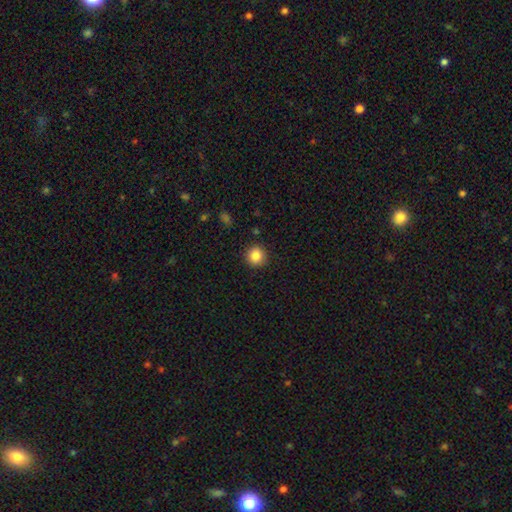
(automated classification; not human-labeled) A smooth galaxy with no disk features (86%) that is round (91%).

Vote fractions:
- Smooth or featured? smooth: 86% / star or artifact: 10% / featured or disk: 5%
- How rounded? round: 91% / in between: 8% / cigar-shaped: 1%
- Merging? none: 90% / minor disturbance: 7% / major disturbance: 2% / merger: 1%